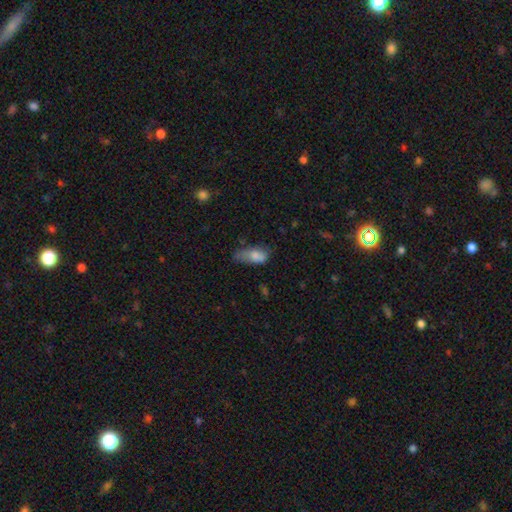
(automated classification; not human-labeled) This is likely a smooth galaxy (77%). How rounded: clearly in between (86%). Merging: marginally minor disturbance (39%).